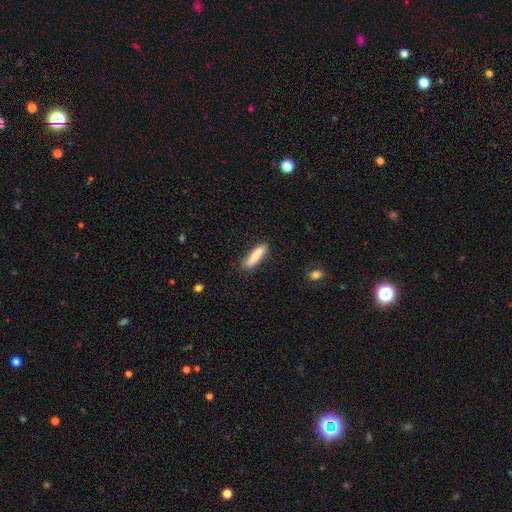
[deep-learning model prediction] Q: Smooth or featured?
A: smooth (81%); runner-up: featured or disk (13%)
Q: How rounded?
A: cigar-shaped (75%); runner-up: in between (24%)
Q: Merging?
A: none (82%); runner-up: minor disturbance (13%)